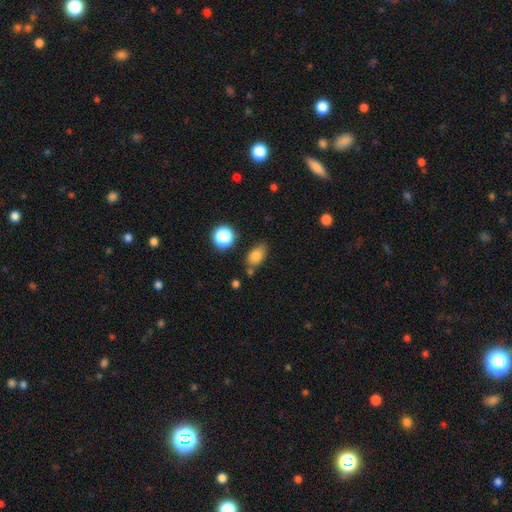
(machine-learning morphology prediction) Overall: smooth (80%). How rounded: in between (81%). Merging: none (72%).